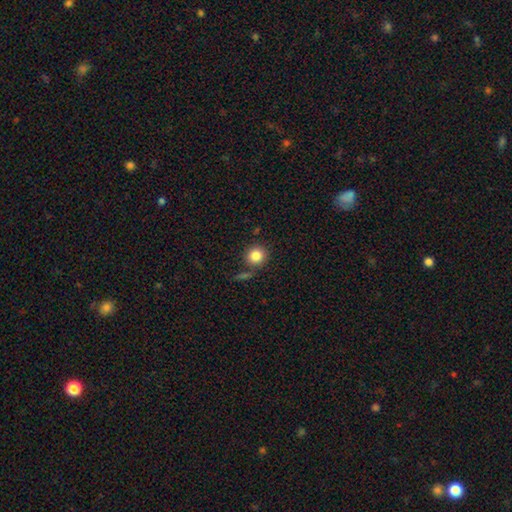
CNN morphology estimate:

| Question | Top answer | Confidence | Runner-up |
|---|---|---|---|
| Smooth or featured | smooth | 84% | star or artifact (10%) |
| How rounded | round | 90% | in between (9%) |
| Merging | none | 76% | minor disturbance (10%) |